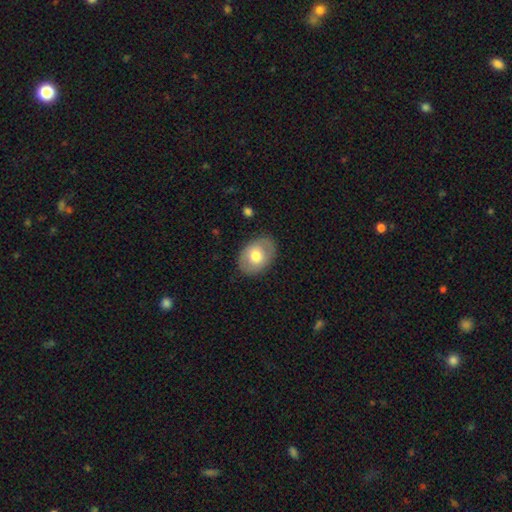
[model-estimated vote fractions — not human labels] A smooth galaxy with no disk features (65%) that is in between round and cigar-shaped (75%).

Vote fractions:
- Smooth or featured? smooth: 65% / featured or disk: 29% / star or artifact: 6%
- How rounded? in between: 75% / round: 24% / cigar-shaped: 1%
- Merging? none: 84% / minor disturbance: 12% / major disturbance: 3% / merger: 1%